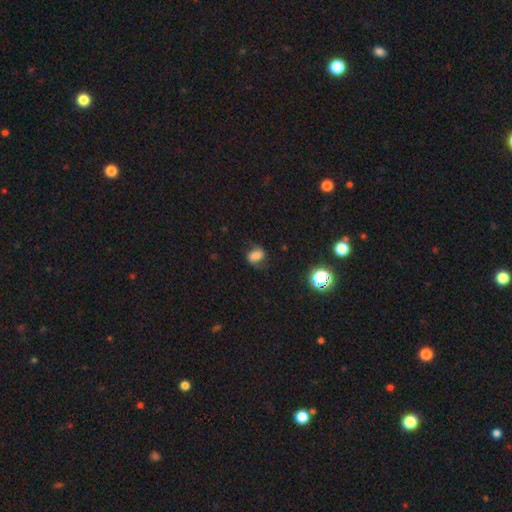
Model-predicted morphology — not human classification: Smooth or featured? smooth (61%)
How rounded? in between (68%)
Merging? none (66%)